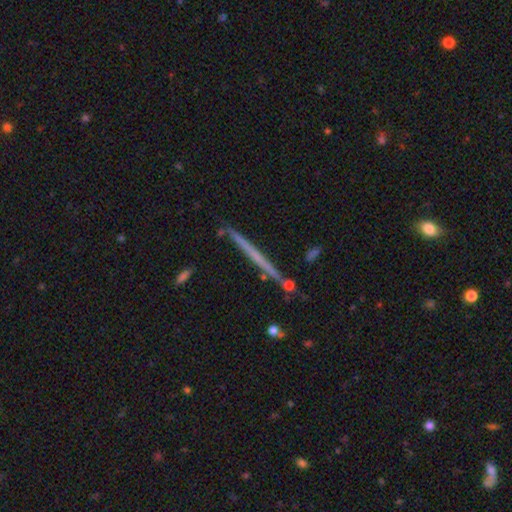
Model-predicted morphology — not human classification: Smooth or featured? featured or disk (60%)
Edge-on disk? yes (97%)
Edge-on bulge? none (86%)
Merging? none (88%)